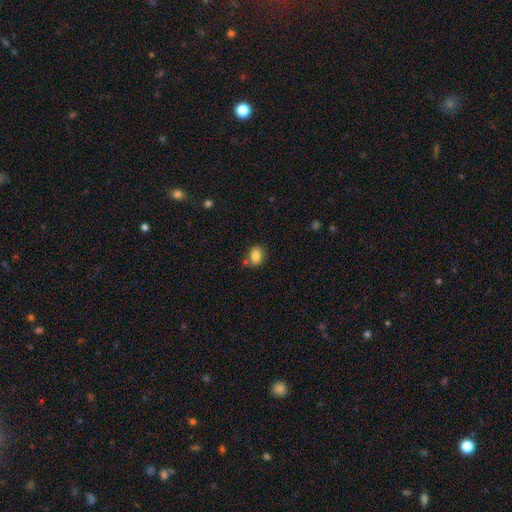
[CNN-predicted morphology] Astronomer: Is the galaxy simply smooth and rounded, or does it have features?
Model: smooth — 84%.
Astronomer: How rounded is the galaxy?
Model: in between — 55% (runner-up: round, 43%).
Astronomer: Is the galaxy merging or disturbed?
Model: none — 72%.